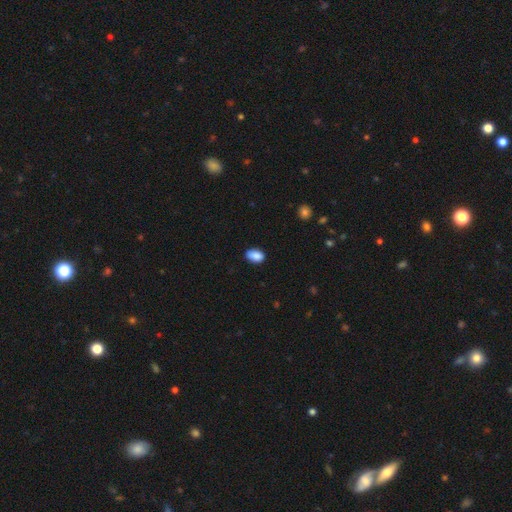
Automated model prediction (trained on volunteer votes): This appears to be a smooth galaxy with no disk features (89%) that is in between round and cigar-shaped (90%). Merging: none (82%).